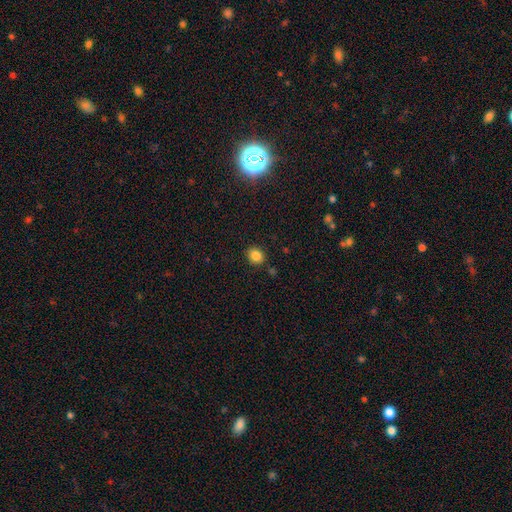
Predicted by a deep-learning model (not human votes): Smooth or featured? smooth (84%)
How rounded? round (69%)
Merging? none (86%)